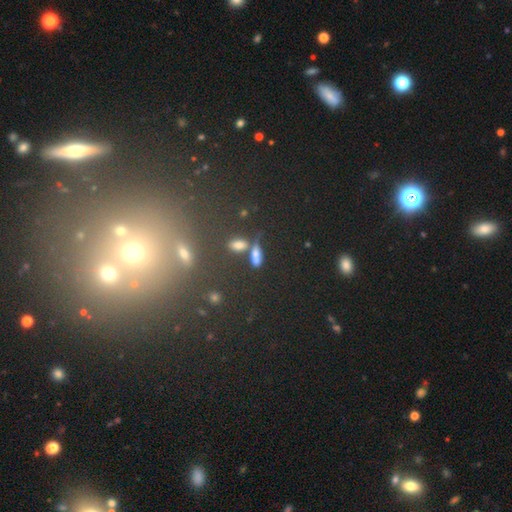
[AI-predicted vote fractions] Morphology: type=smooth (71%); roundness=in between (59%); merging=none (53%).